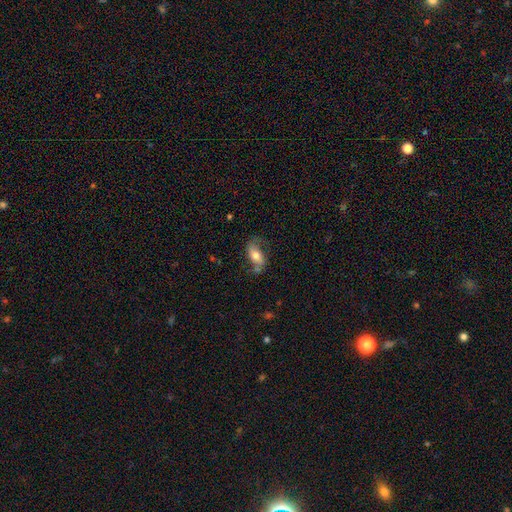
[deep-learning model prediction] Smooth or featured? Predicted: smooth (p=0.49). Merging? Predicted: none (p=0.52).